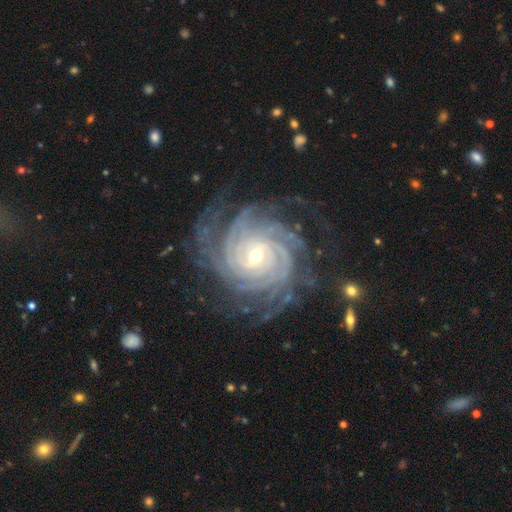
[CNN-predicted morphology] Smooth or featured?
  - featured or disk: 93% *
  - star or artifact: 4%
  - smooth: 3%
Edge-on disk?
  - no: 98% *
  - yes: 2%
Bar?
  - weak: 46% *
  - strong: 28%
  - no: 26%
Spiral arms?
  - yes: 99% *
  - no: 1%
Spiral winding?
  - tight: 83% *
  - medium: 15%
  - loose: 2%
Spiral arm count?
  - more than 4: 34% *
  - 4: 26%
  - can't tell: 14%
  - 3: 11%
  - 2: 8%
  - 1: 7%
Bulge size?
  - small: 48% * (tied)
  - moderate: 48% * (tied)
  - large: 2%
  - none: 1%
  - dominant: 1%
Merging?
  - none: 77% *
  - minor disturbance: 14%
  - major disturbance: 7%
  - merger: 1%